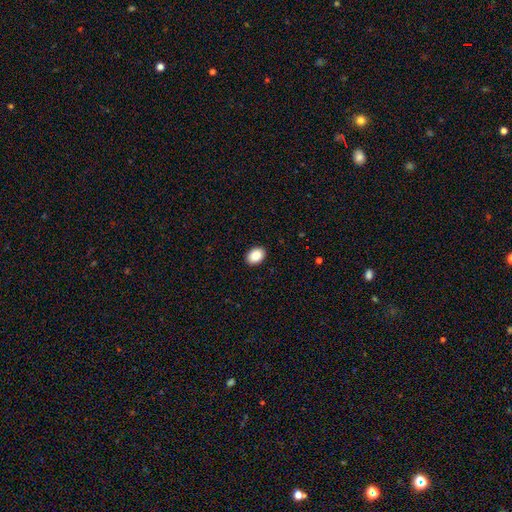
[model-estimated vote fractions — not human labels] A smooth galaxy with no disk features (90%) that is in between round and cigar-shaped (76%).

Vote fractions:
- Smooth or featured? smooth: 90% / star or artifact: 7% / featured or disk: 2%
- How rounded? in between: 76% / round: 23% / cigar-shaped: 1%
- Merging? none: 91% / minor disturbance: 7% / major disturbance: 2% / merger: 1%